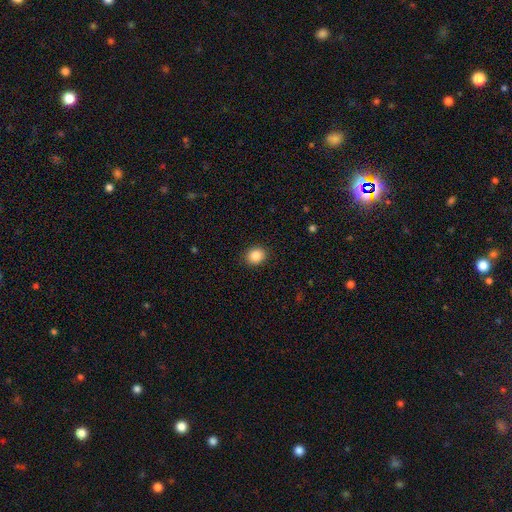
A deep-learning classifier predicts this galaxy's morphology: This appears to be a smooth galaxy with no disk features (87%) that is round (71%). Merging: none (90%).